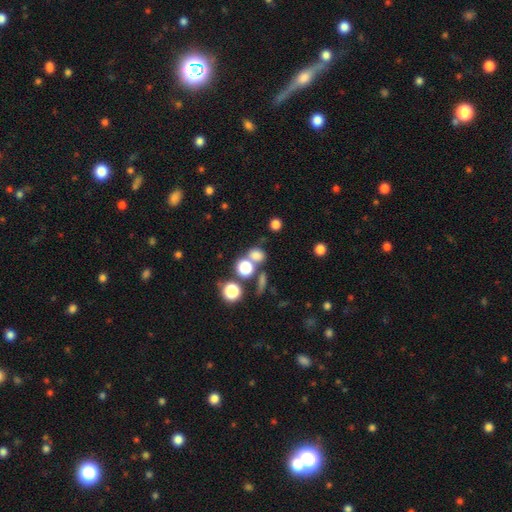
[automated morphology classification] smooth-or-featured: smooth: 73% | star or artifact: 18% | featured or disk: 9%
  how-rounded: round: 63% | in between: 36% | cigar-shaped: 2%
  merging: none: 54% | merger: 30% | minor disturbance: 11% | major disturbance: 5%